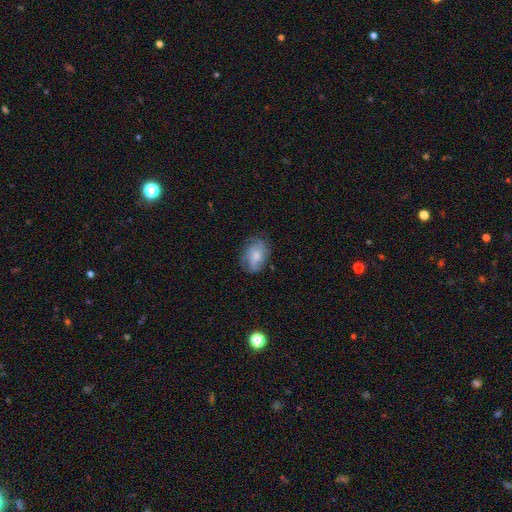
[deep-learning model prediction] The model was most divided on "smooth or featured": smooth: 57%, featured or disk: 35%, star or artifact: 9%. More confident: how rounded — in between (79%); merging — none (65%).